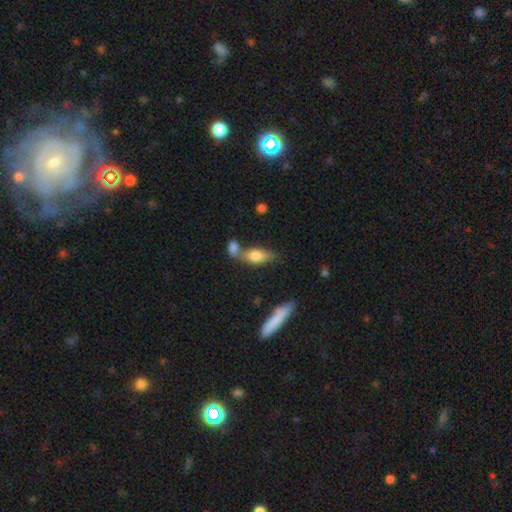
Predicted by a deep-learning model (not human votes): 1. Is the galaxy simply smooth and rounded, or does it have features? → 72% smooth, 21% featured or disk, 7% star or artifact.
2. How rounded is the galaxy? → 75% in between, 21% cigar-shaped, 4% round.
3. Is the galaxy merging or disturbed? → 46% none, 33% merger, 15% minor disturbance, 6% major disturbance.